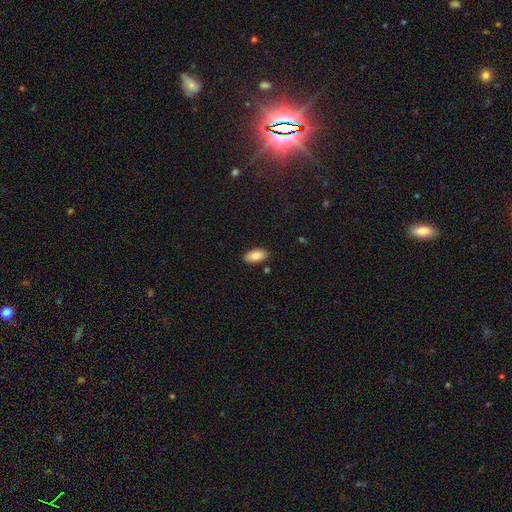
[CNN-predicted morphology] This appears to be a smooth galaxy with no disk features (85%) that is in between round and cigar-shaped (94%). Merging: none (85%).